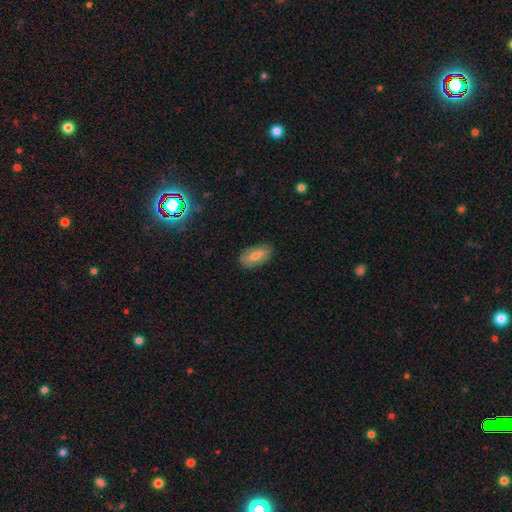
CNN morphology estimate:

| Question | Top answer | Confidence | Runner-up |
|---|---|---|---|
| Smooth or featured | smooth | 61% | featured or disk (32%) |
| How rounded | in between | 89% | cigar-shaped (6%) |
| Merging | none | 84% | minor disturbance (13%) |